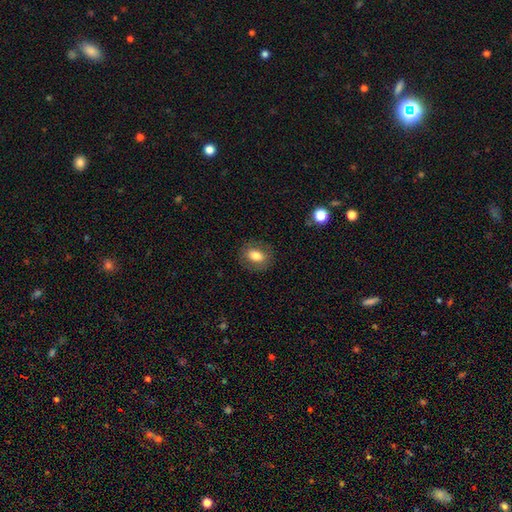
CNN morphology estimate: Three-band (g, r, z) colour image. It shows a smooth galaxy with no disk features (76%) that is in between round and cigar-shaped (66%). Merging: none (84%).